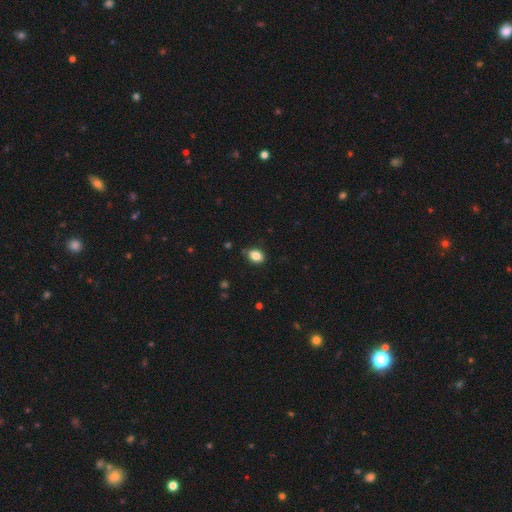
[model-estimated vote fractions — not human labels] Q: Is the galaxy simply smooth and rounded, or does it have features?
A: smooth — 85%.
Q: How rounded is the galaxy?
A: in between — 75%.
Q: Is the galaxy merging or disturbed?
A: none — 81%.